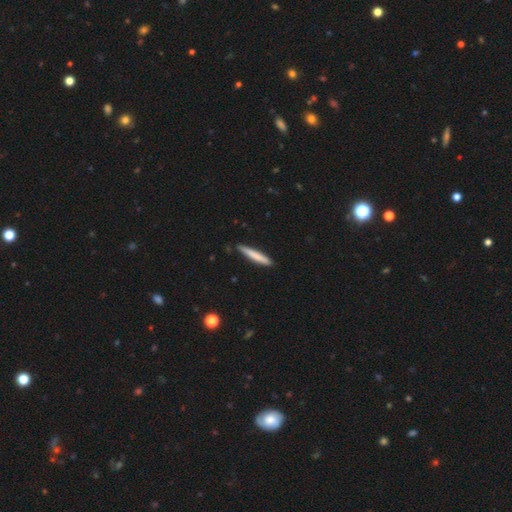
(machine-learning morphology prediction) type=smooth (74%); roundness=cigar-shaped (95%); merging=none (86%).